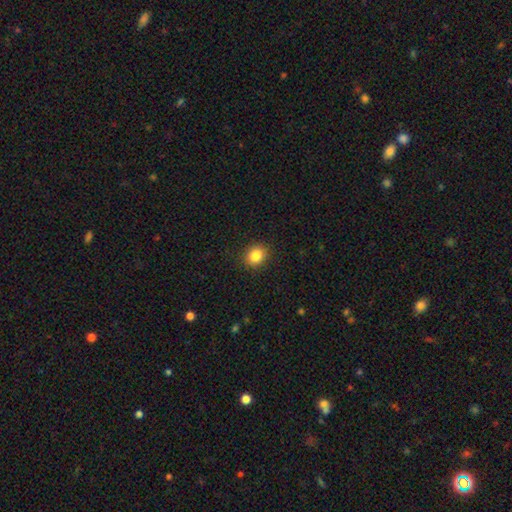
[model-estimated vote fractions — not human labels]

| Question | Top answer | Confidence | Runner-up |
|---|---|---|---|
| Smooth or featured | smooth | 85% | star or artifact (10%) |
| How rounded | round | 67% | in between (32%) |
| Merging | none | 90% | minor disturbance (7%) |